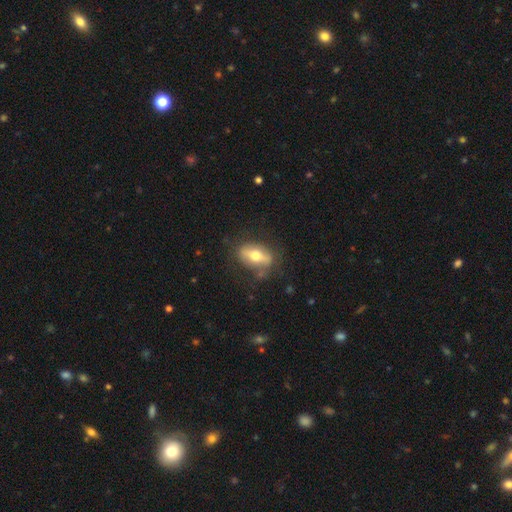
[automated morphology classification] The model was most divided on "smooth or featured": smooth: 49%, featured or disk: 44%, star or artifact: 7%. More confident: merging — none (74%).